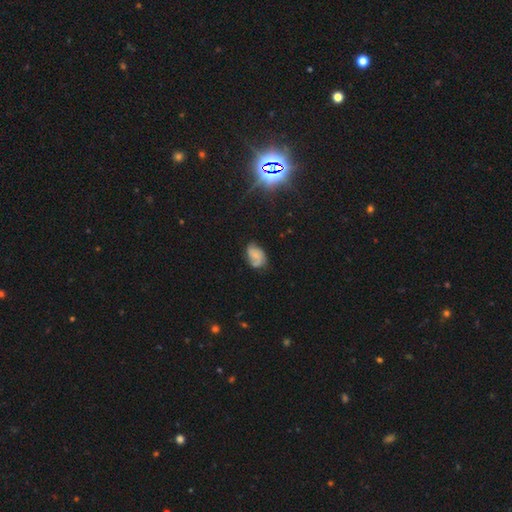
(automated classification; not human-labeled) Smooth or featured? Predicted: featured or disk (p=0.55). Edge-on disk? Predicted: no (p=0.97). Bar? Predicted: no (p=0.67). Spiral arms? Predicted: yes (p=0.87). Bulge size? Predicted: small (p=0.58). Merging? Predicted: none (p=0.64).